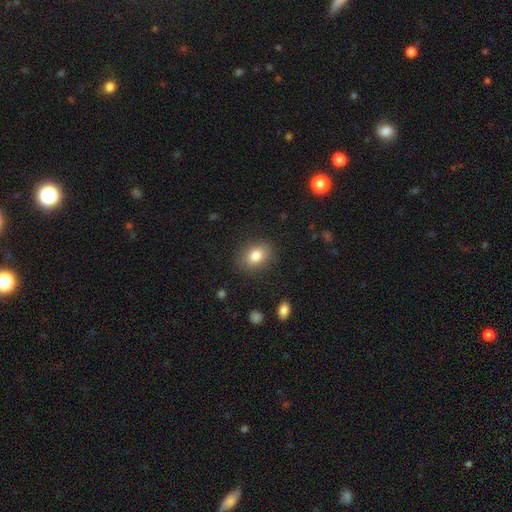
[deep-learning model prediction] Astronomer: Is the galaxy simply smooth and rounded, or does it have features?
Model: smooth — 82%.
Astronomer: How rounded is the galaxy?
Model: in between — 64%.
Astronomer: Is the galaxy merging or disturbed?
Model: none — 86%.